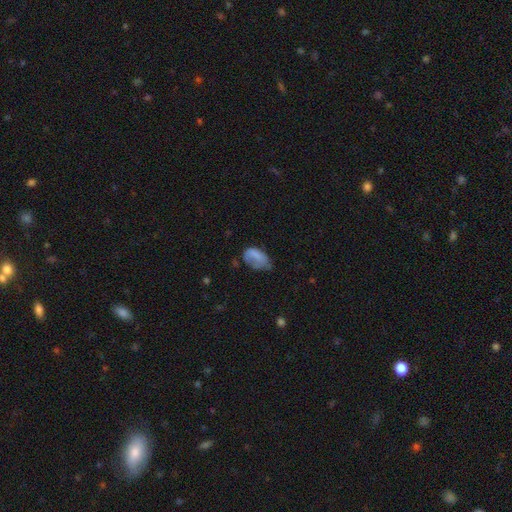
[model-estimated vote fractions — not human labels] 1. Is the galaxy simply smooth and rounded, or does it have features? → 72% smooth, 19% featured or disk, 9% star or artifact.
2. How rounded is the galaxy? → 90% in between, 8% round, 2% cigar-shaped.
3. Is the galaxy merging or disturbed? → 35% minor disturbance, 32% none, 30% major disturbance, 3% merger.